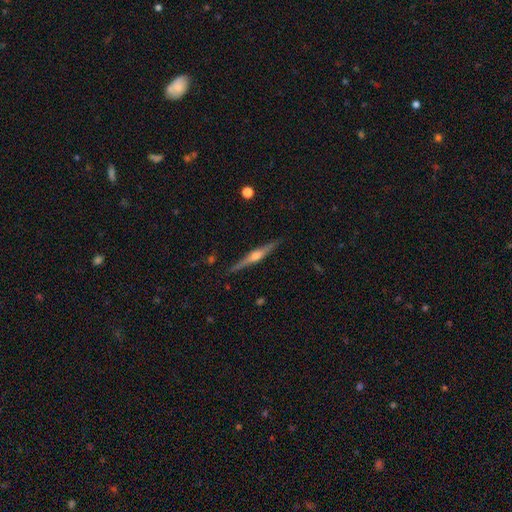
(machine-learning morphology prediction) Q: Smooth or featured?
A: featured or disk (79%); runner-up: smooth (16%)
Q: Edge-on disk?
A: yes (98%); runner-up: no (2%)
Q: Edge-on bulge?
A: rounded (90%); runner-up: boxy (6%)
Q: Merging?
A: none (90%); runner-up: minor disturbance (8%)